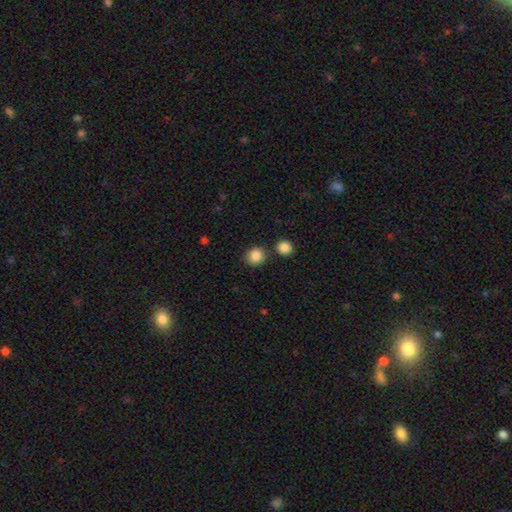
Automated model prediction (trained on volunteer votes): A smooth galaxy with no disk features (86%) that is round (85%).

Vote fractions:
- Smooth or featured? smooth: 86% / star or artifact: 10% / featured or disk: 4%
- How rounded? round: 85% / in between: 14% / cigar-shaped: 1%
- Merging? none: 78% / merger: 10% / minor disturbance: 9% / major disturbance: 3%